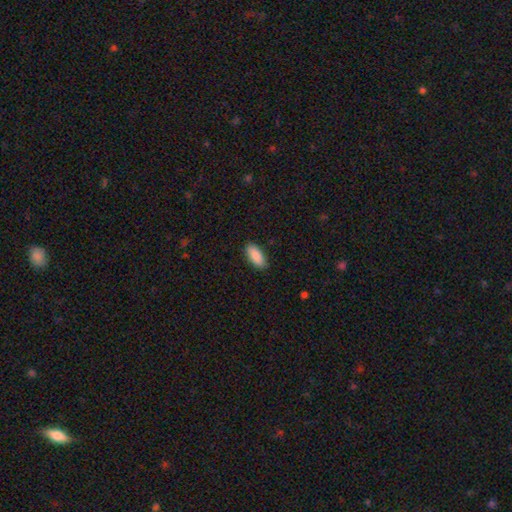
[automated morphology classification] This appears to be a smooth galaxy with no disk features (89%) that is in between round and cigar-shaped (86%). Merging: none (89%).